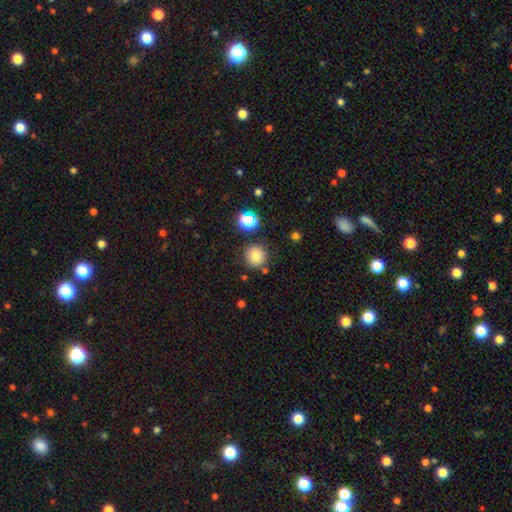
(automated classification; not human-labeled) Morphology: type=smooth (79%); roundness=round (93%); merging=none (82%).